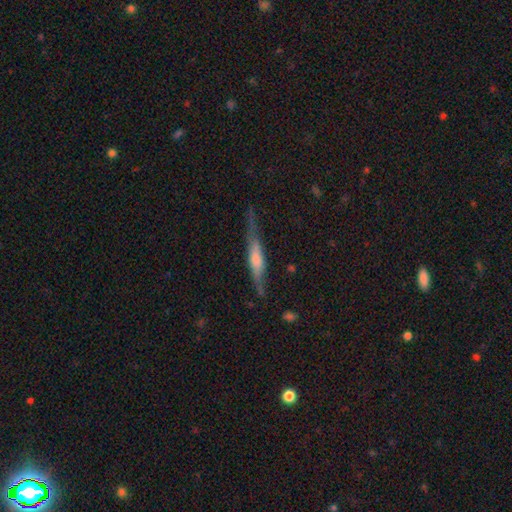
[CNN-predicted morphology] A featured or disk galaxy (63%) viewed edge-on (94%) with a rounded central bulge (54%). Merging: none (71%).